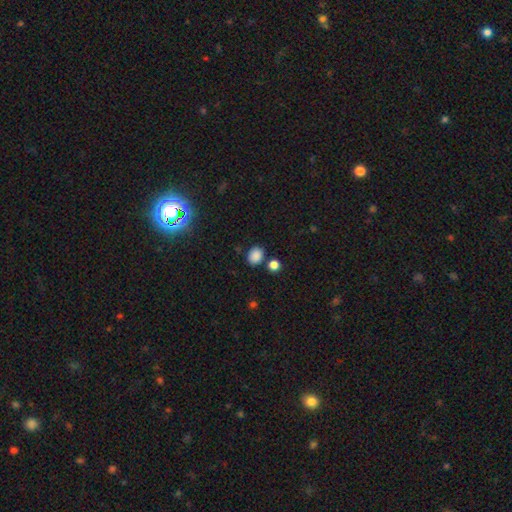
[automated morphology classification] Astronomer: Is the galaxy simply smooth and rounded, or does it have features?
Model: smooth — 84%.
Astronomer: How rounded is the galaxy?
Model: round — 51% (runner-up: in between, 48%).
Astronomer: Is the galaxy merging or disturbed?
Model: none — 77%.